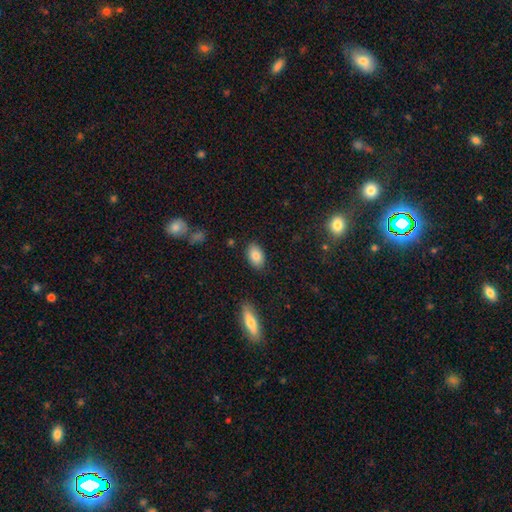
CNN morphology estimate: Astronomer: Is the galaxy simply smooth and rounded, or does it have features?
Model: smooth — 84%.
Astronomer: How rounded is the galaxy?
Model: in between — 89%.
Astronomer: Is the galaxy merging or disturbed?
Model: none — 86%.